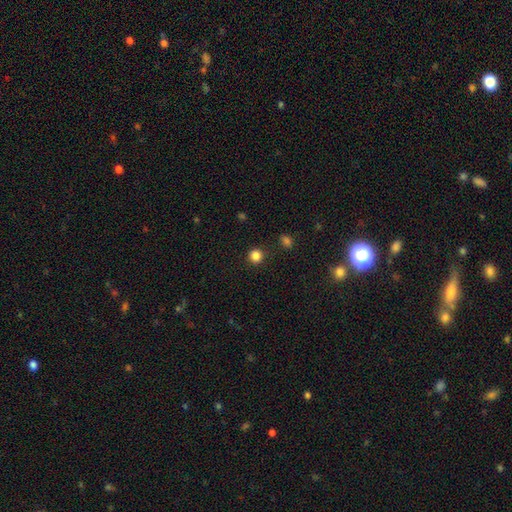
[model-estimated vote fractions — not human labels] This appears to be a smooth galaxy with no disk features (85%) that is round (92%). Merging: none (89%).